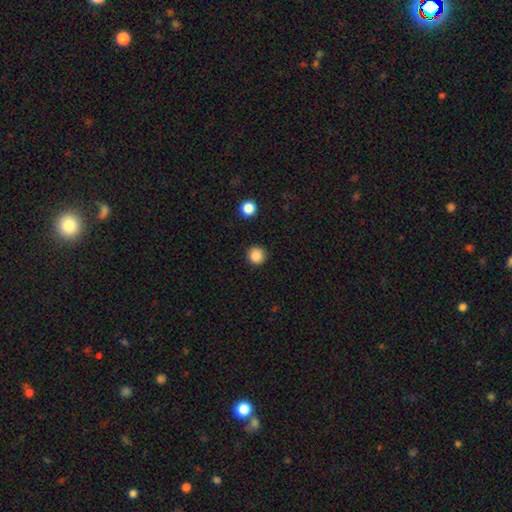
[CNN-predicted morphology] type=smooth (86%); roundness=round (95%); merging=none (92%).